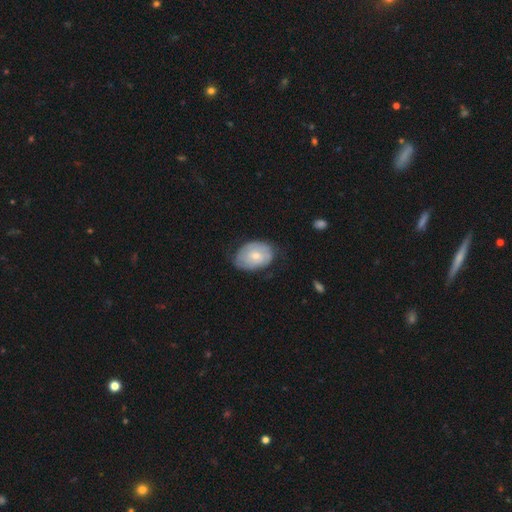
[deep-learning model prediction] smooth 60%, featured or disk 34%, star or artifact 6%. Down the decision tree: how rounded — in between (83%); merging — none (64%).